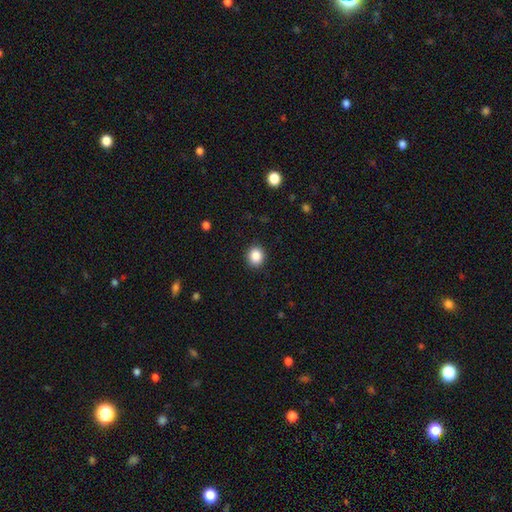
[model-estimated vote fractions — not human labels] This appears to be a smooth galaxy with no disk features (87%) that is round (78%). Merging: none (91%).